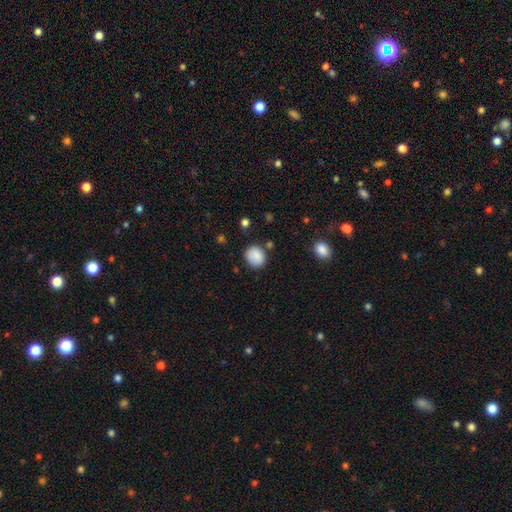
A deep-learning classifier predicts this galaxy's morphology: Smooth or featured? smooth (85%)
How rounded? round (67%)
Merging? none (77%)